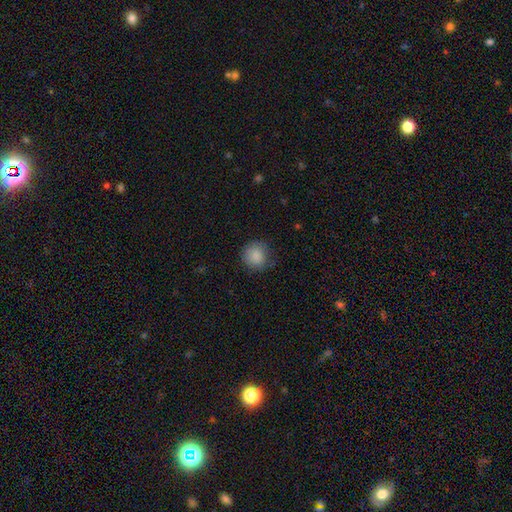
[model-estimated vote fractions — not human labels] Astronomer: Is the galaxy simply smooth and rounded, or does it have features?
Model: smooth — 87%.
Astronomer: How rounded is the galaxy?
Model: round — 91%.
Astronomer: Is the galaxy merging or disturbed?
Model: none — 76%.